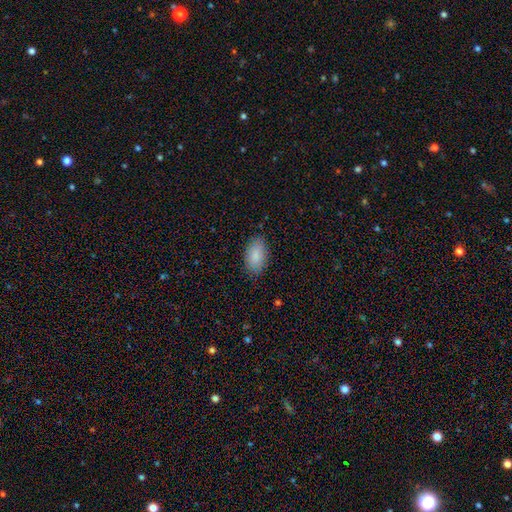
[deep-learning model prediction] A smooth galaxy with no disk features (88%) that is in between round and cigar-shaped (94%).

Vote fractions:
- Smooth or featured? smooth: 88% / star or artifact: 7% / featured or disk: 6%
- How rounded? in between: 94% / round: 4% / cigar-shaped: 2%
- Merging? none: 85% / minor disturbance: 11% / major disturbance: 3% / merger: 1%